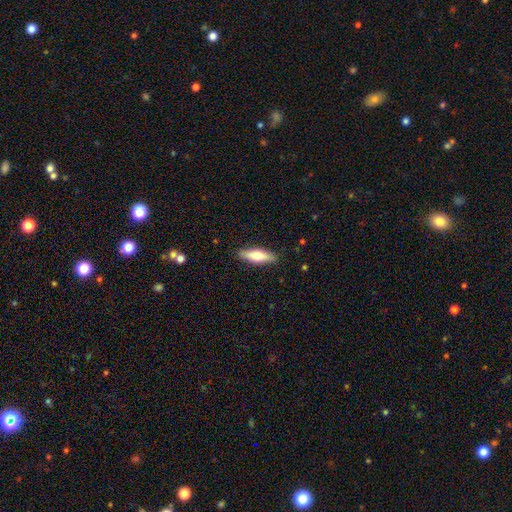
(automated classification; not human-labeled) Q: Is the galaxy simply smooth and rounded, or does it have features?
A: smooth — 65%.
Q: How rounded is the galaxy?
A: cigar-shaped — 55%.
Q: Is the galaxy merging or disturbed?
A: none — 88%.